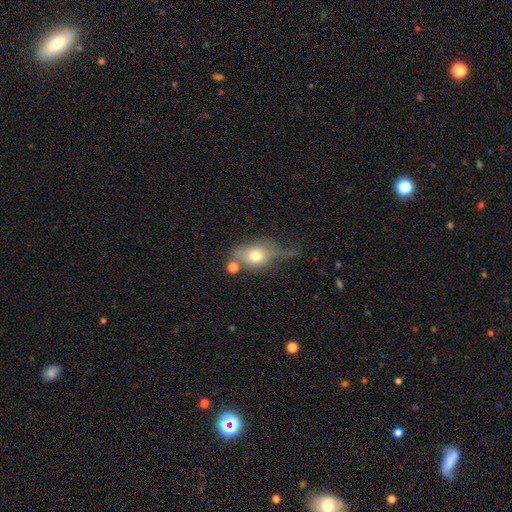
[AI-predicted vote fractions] A smooth galaxy with no disk features (68%) that is in between round and cigar-shaped (69%).

Vote fractions:
- Smooth or featured? smooth: 68% / featured or disk: 22% / star or artifact: 10%
- How rounded? in between: 69% / round: 28% / cigar-shaped: 3%
- Merging? none: 35% / minor disturbance: 25% / major disturbance: 23% / merger: 16%